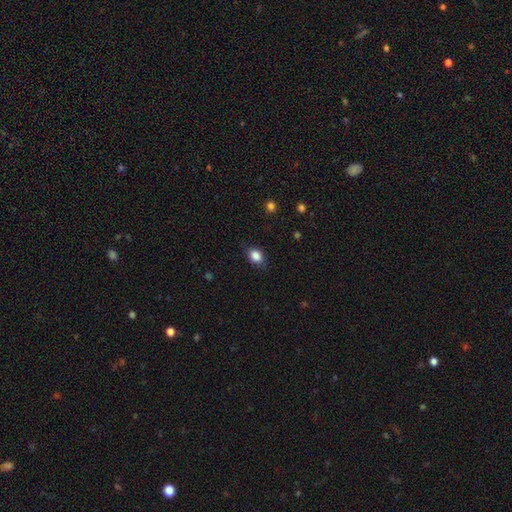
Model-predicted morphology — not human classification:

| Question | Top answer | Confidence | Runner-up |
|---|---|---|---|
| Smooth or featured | smooth | 86% | star or artifact (9%) |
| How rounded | in between | 71% | round (27%) |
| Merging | none | 78% | minor disturbance (17%) |